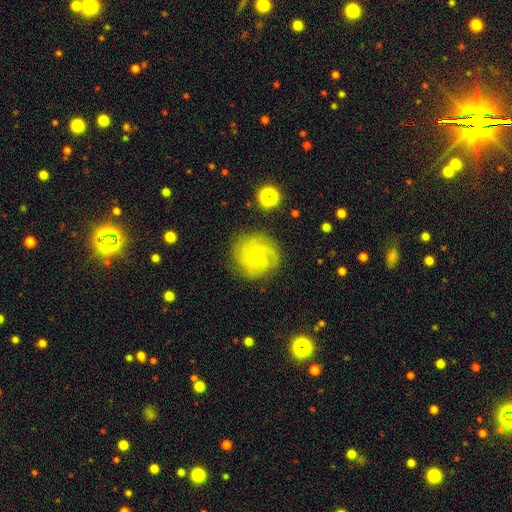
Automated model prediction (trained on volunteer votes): This is likely a featured or disk galaxy (64%). It is clearly not viewed edge-on (98%). Bar: likely no (74%). Spiral arm pattern: clearly yes (91%). Spiral arm count: marginally can't tell (34%). Spiral winding: possibly tight (57%). Central bulge: likely small (80%). Merging: likely none (76%).